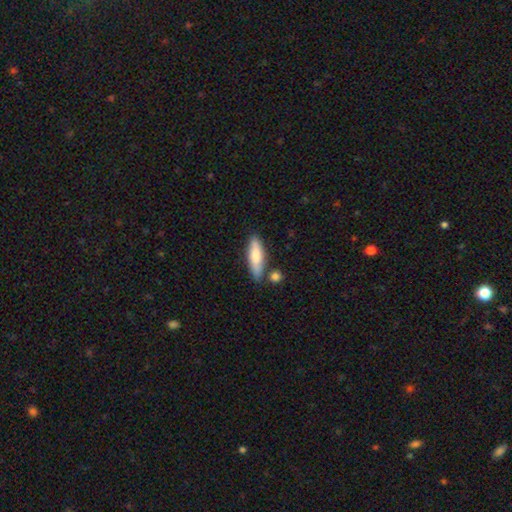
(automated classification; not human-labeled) Smooth or featured? smooth (73%)
How rounded? cigar-shaped (53%)
Merging? none (72%)